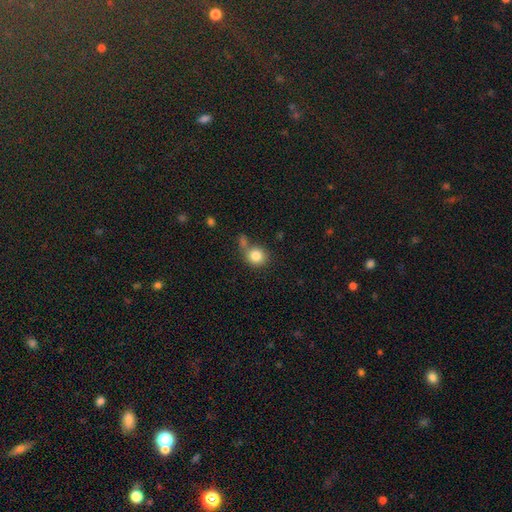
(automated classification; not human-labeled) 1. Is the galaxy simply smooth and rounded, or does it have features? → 82% smooth, 10% star or artifact, 8% featured or disk.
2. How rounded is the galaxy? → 84% round, 15% in between, 1% cigar-shaped.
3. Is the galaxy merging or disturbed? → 53% none, 24% merger, 15% minor disturbance, 8% major disturbance.